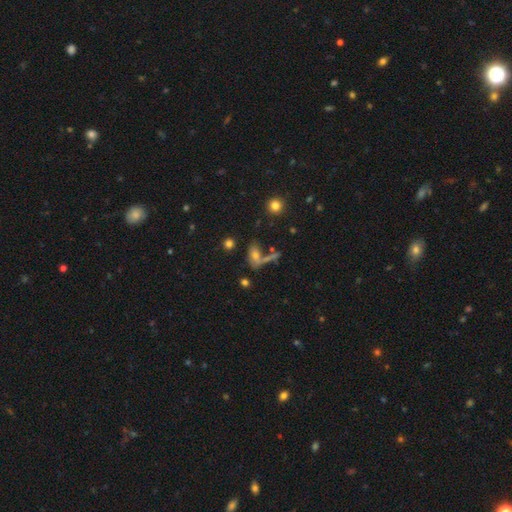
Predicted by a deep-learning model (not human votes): This is possibly a smooth galaxy (57%). How rounded: likely in between (67%). Merging: possibly none (48%).